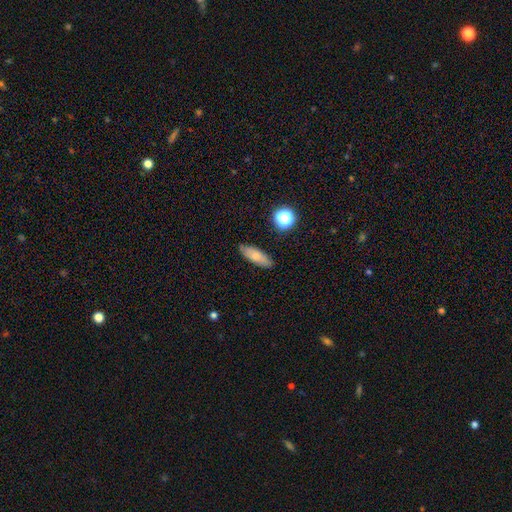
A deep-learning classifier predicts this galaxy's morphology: smooth-or-featured: smooth: 72% | featured or disk: 19% | star or artifact: 9%
  how-rounded: in between: 60% | cigar-shaped: 36% | round: 4%
  merging: none: 85% | minor disturbance: 11% | major disturbance: 2% | merger: 2%